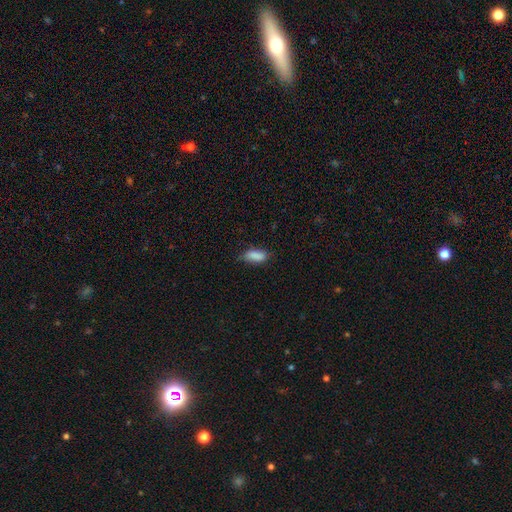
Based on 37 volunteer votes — This is clearly a smooth galaxy (95%). How rounded: clearly in between (86%). Merging: likely none (68%).